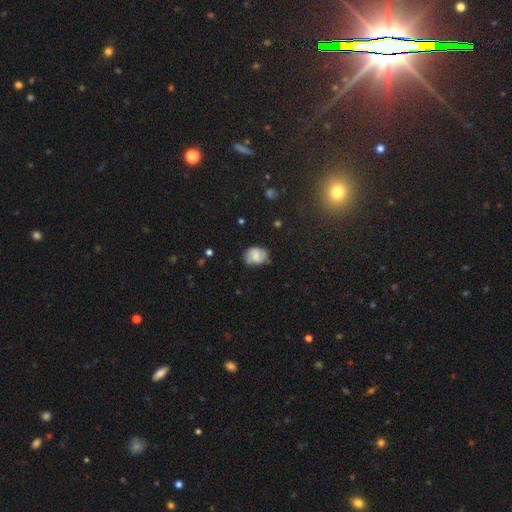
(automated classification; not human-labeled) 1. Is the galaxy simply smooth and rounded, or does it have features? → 67% smooth, 23% featured or disk, 9% star or artifact.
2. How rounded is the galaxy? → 58% in between, 41% round, 1% cigar-shaped.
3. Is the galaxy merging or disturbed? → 65% none, 26% minor disturbance, 7% major disturbance, 2% merger.